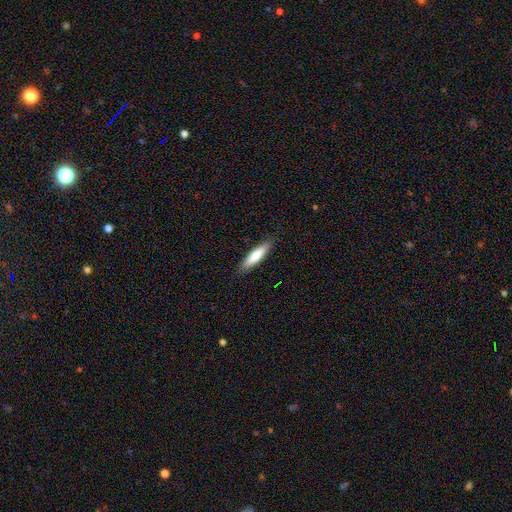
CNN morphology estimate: Smooth or featured: smooth — 74% (featured or disk — 21%)
How rounded: cigar-shaped — 76% (in between — 23%)
Merging: none — 88% (minor disturbance — 9%)